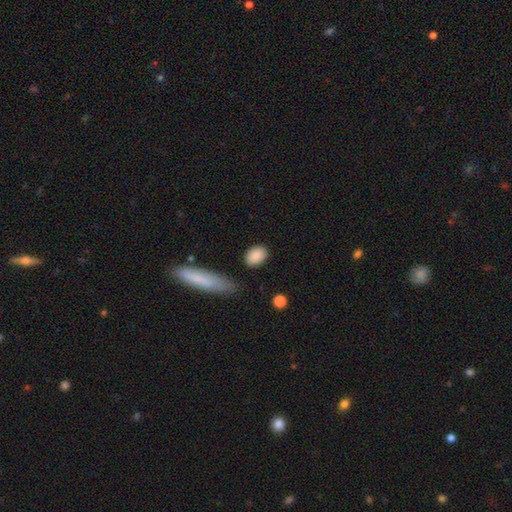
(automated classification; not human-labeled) The model was most divided on "how rounded": in between: 78%, round: 20%, cigar-shaped: 2%. More confident: smooth or featured — smooth (88%); merging — none (83%).